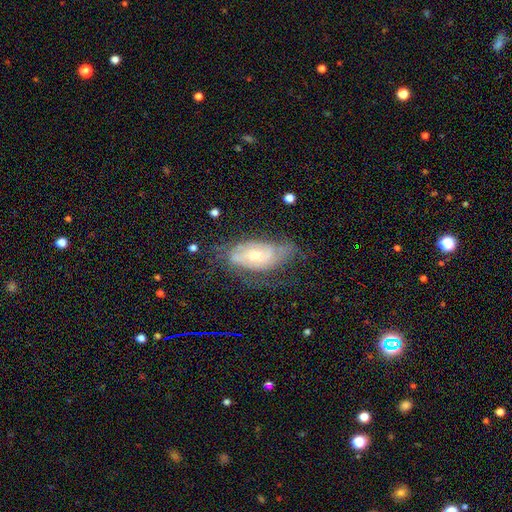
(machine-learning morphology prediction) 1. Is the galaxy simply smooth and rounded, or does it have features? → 74% featured or disk, 19% smooth, 7% star or artifact.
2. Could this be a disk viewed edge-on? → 92% no, 8% yes.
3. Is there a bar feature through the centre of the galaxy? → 67% no, 27% weak, 5% strong.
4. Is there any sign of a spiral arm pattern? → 86% yes, 14% no.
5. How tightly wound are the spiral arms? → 54% tight, 34% medium, 12% loose.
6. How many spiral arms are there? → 44% can't tell, 33% 2, 11% 3, 6% 1, 4% 4, 3% more than 4.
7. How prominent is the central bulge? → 54% moderate, 39% small, 4% large, 2% none, 1% dominant.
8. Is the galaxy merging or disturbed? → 55% none, 27% minor disturbance, 16% major disturbance, 2% merger.